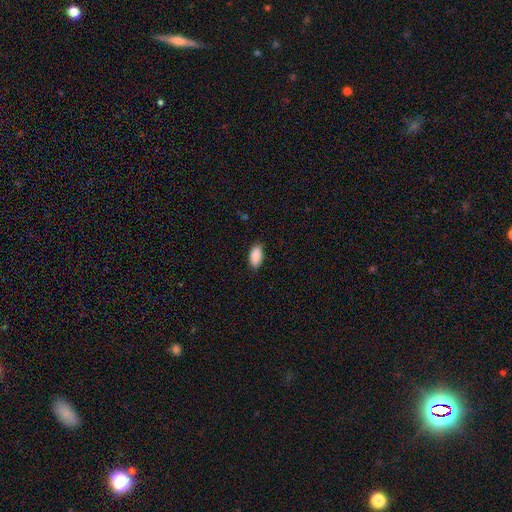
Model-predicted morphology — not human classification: The model was most divided on "merging": none: 86%, minor disturbance: 11%, major disturbance: 2%, merger: 1%. More confident: how rounded — in between (93%); smooth or featured — smooth (90%).